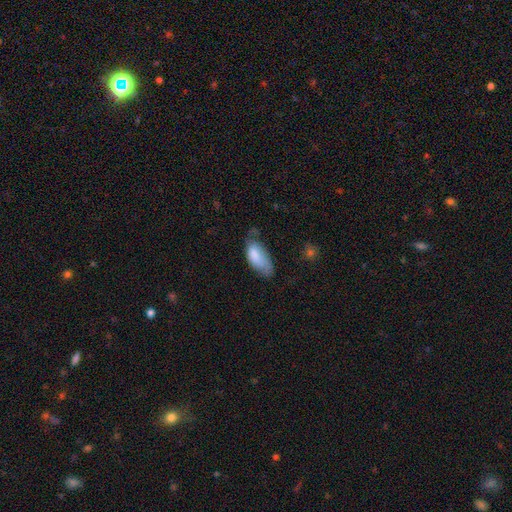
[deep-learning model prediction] Smooth or featured? smooth (80%)
How rounded? in between (90%)
Merging? minor disturbance (41%)